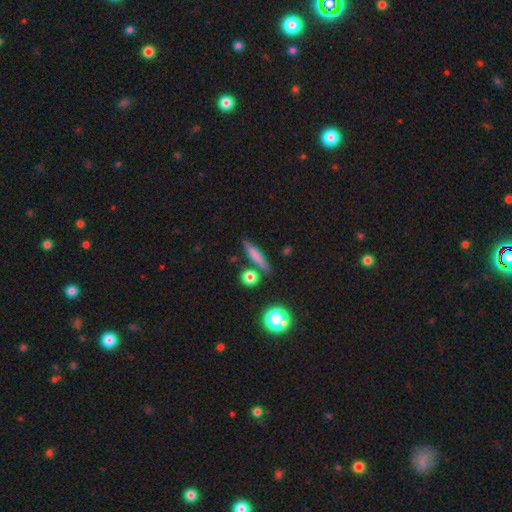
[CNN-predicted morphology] smooth_or_featured: smooth (p=0.68) [alt: featured or disk p=0.23]
how_rounded: cigar-shaped (p=0.78) [alt: in between p=0.13]
merging: none (p=0.79) [alt: minor disturbance p=0.11]